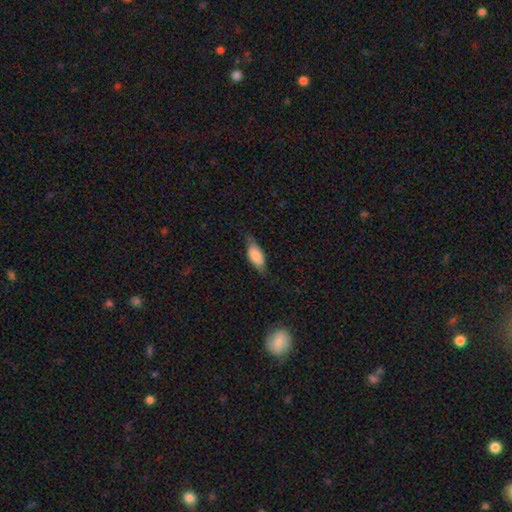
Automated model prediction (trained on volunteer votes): This is likely a smooth galaxy (78%). How rounded: clearly in between (81%). Merging: likely none (70%).